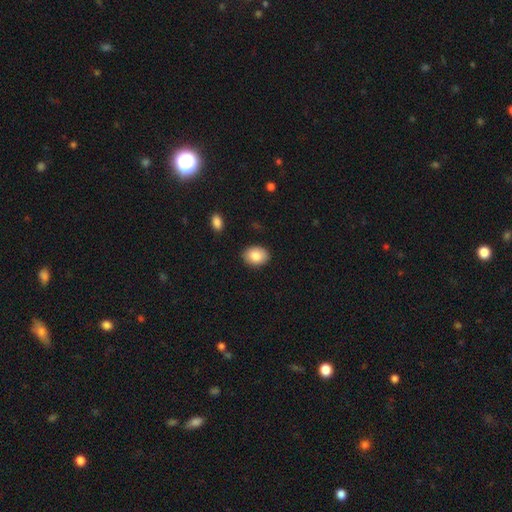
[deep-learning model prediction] A smooth galaxy with no disk features (86%) that is in between round and cigar-shaped (68%).

Vote fractions:
- Smooth or featured? smooth: 86% / featured or disk: 7% / star or artifact: 7%
- How rounded? in between: 68% / round: 31% / cigar-shaped: 1%
- Merging? none: 88% / minor disturbance: 8% / major disturbance: 2% / merger: 1%